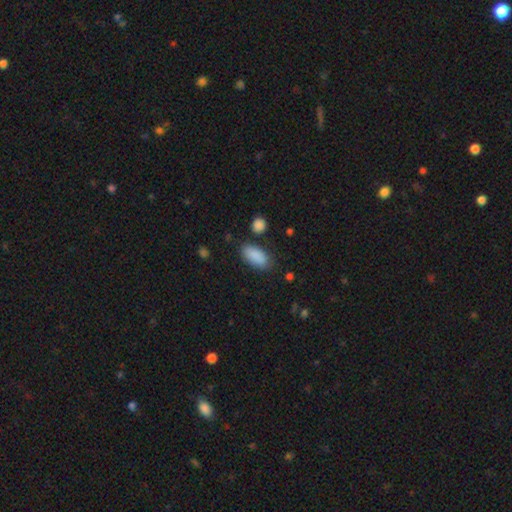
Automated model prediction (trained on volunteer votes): Overall: smooth (89%). How rounded: in between (90%). Merging: none (80%).